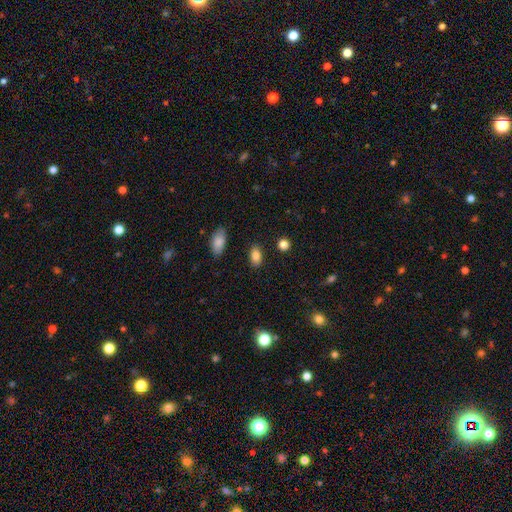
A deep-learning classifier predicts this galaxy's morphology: Overall: smooth (86%). How rounded: in between (90%). Merging: none (87%).